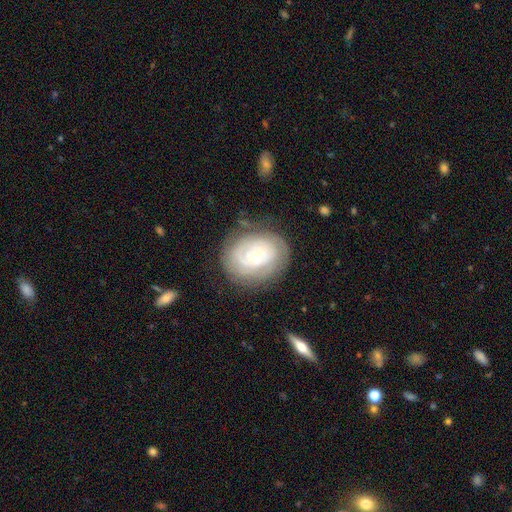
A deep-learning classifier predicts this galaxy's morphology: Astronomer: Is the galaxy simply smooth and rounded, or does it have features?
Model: featured or disk — 72%.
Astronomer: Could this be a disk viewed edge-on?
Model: no — 97%.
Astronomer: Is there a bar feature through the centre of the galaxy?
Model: no — 80%.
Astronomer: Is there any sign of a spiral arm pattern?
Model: yes — 81%.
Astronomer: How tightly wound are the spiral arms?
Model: tight — 77%.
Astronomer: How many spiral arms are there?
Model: can't tell — 51%.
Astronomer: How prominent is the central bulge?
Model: small — 67%.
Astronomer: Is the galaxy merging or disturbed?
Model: none — 74%.